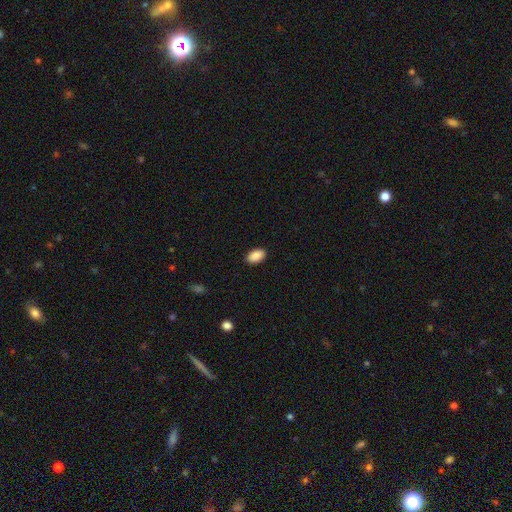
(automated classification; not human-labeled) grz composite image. It shows a smooth galaxy with no disk features (90%) that is in between round and cigar-shaped (93%). Merging: none (89%).